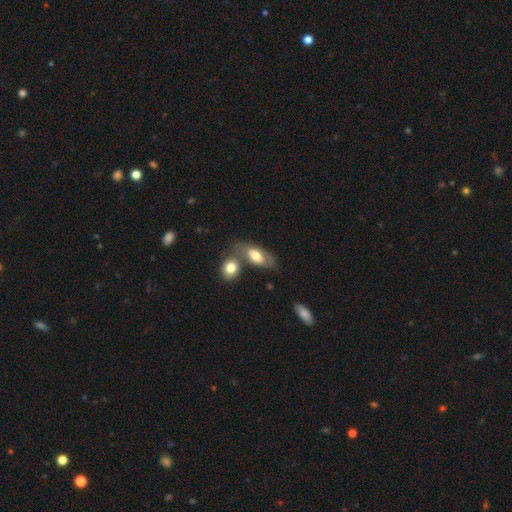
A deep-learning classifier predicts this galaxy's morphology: smooth 64%, featured or disk 29%, star or artifact 7%. Down the decision tree: how rounded — in between (88%); merging — none (44%).